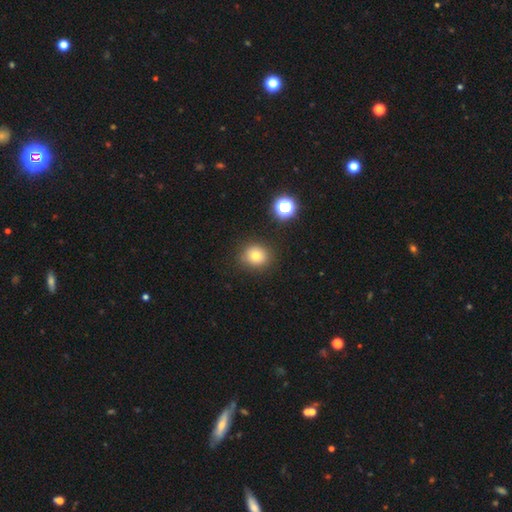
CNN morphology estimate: smooth 77%, star or artifact 14%, featured or disk 9%. Down the decision tree: how rounded — round (81%); merging — none (86%).